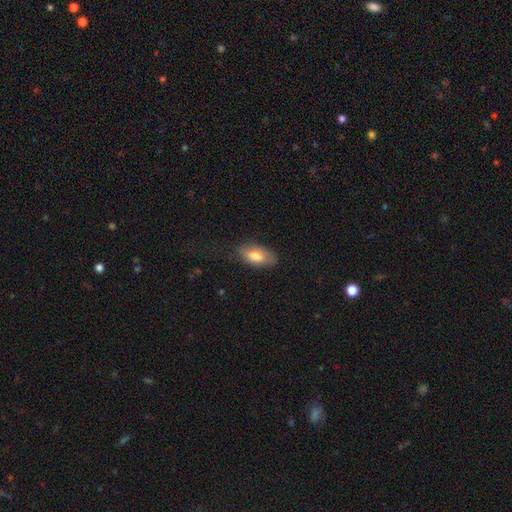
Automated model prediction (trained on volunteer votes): The model was most divided on "merging": none: 75%, minor disturbance: 19%, major disturbance: 5%, merger: 1%. More confident: how rounded — in between (90%); smooth or featured — smooth (78%).